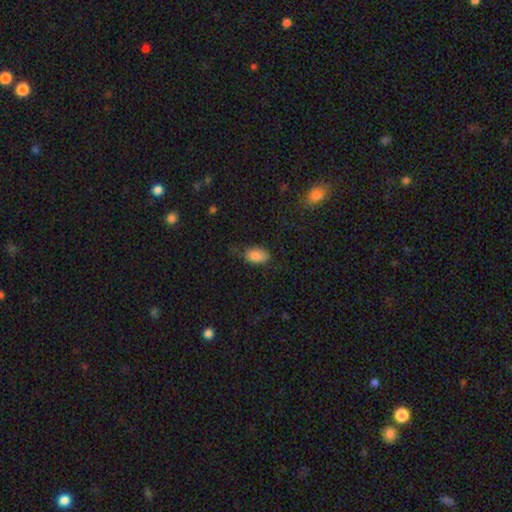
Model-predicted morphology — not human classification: A smooth galaxy with no disk features (82%) that is in between round and cigar-shaped (89%).

Vote fractions:
- Smooth or featured? smooth: 82% / featured or disk: 10% / star or artifact: 9%
- How rounded? in between: 89% / round: 9% / cigar-shaped: 2%
- Merging? none: 58% / minor disturbance: 30% / major disturbance: 10% / merger: 2%